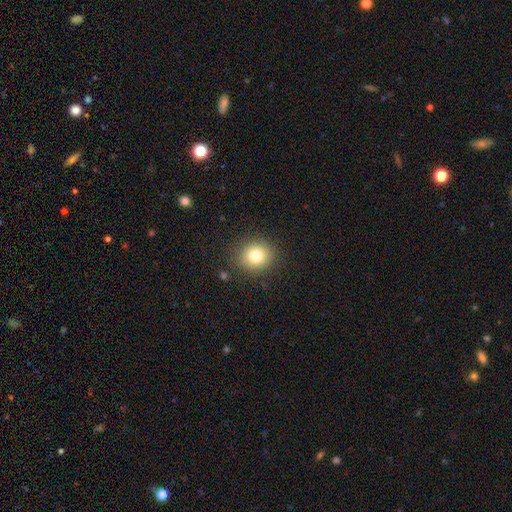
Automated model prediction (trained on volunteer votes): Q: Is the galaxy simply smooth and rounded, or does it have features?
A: smooth — 80%.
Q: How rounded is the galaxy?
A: round — 77%.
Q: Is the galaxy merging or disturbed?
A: none — 86%.